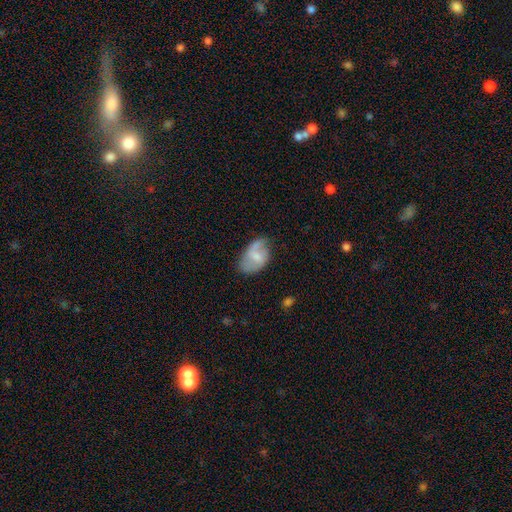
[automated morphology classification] A smooth galaxy with no disk features (52%) that is in between round and cigar-shaped (89%).

Vote fractions:
- Smooth or featured? smooth: 52% / featured or disk: 41% / star or artifact: 7%
- How rounded? in between: 89% / round: 10% / cigar-shaped: 1%
- Merging? none: 49% / minor disturbance: 33% / major disturbance: 14% / merger: 3%